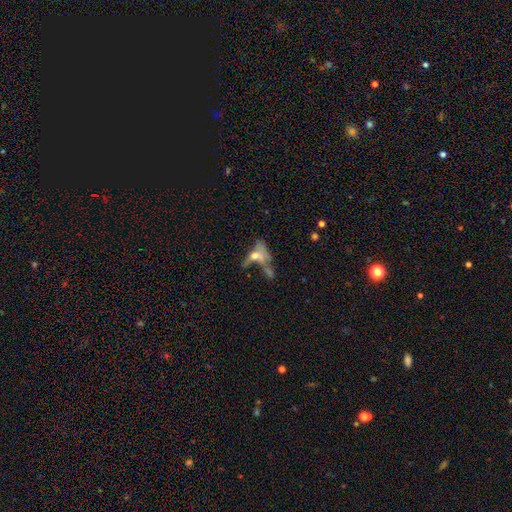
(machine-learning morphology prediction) Smooth or featured? Predicted: featured or disk (p=0.43, tied with smooth). Merging? Predicted: merger (p=0.42).